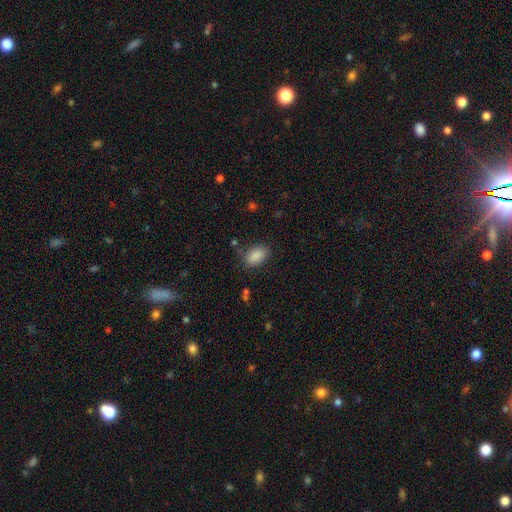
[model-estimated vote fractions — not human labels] smooth_or_featured: smooth (p=0.88) [alt: star or artifact p=0.08]
how_rounded: in between (p=0.91) [alt: round p=0.07]
merging: none (p=0.79) [alt: minor disturbance p=0.14]